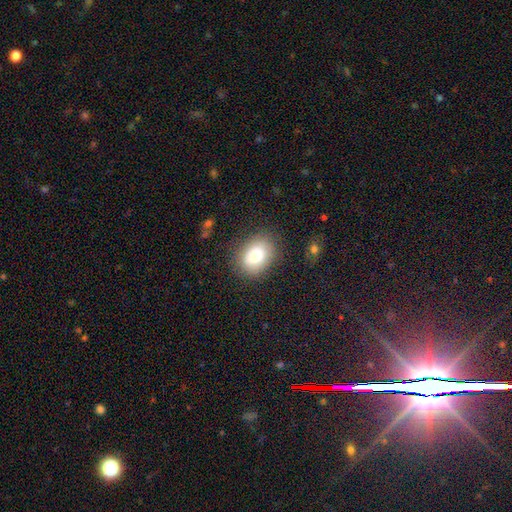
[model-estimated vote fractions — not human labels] smooth-or-featured: smooth: 79% | featured or disk: 12% | star or artifact: 9%
  how-rounded: in between: 72% | round: 27% | cigar-shaped: 1%
  merging: none: 80% | minor disturbance: 14% | major disturbance: 5% | merger: 2%